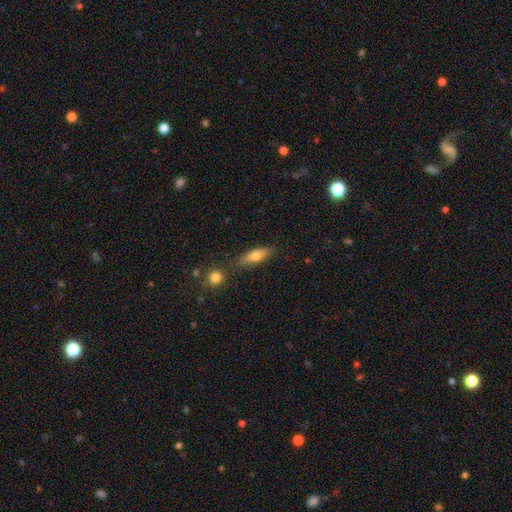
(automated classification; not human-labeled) A smooth galaxy with no disk features (69%) that is in between round and cigar-shaped (51%). Merging: none (77%).